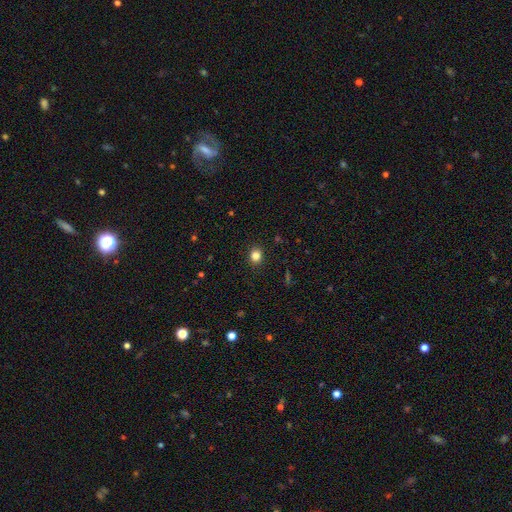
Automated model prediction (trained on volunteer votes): smooth 83%, star or artifact 12%, featured or disk 5%. Down the decision tree: how rounded — round (72%); merging — none (91%).